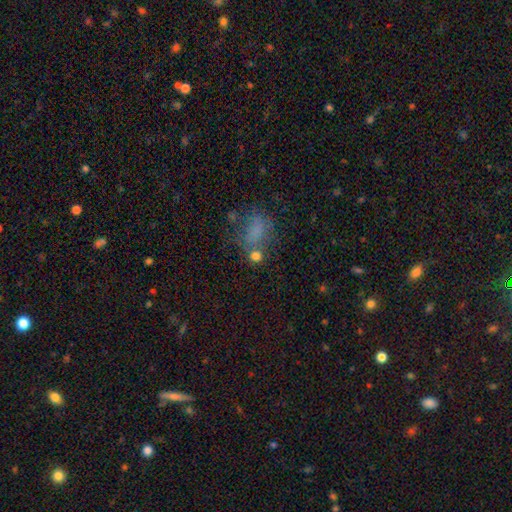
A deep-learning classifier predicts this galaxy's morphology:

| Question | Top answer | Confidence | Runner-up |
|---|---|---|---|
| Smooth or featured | smooth | 67% | star or artifact (22%) |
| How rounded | round | 73% | in between (25%) |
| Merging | none | 55% | merger (21%) |